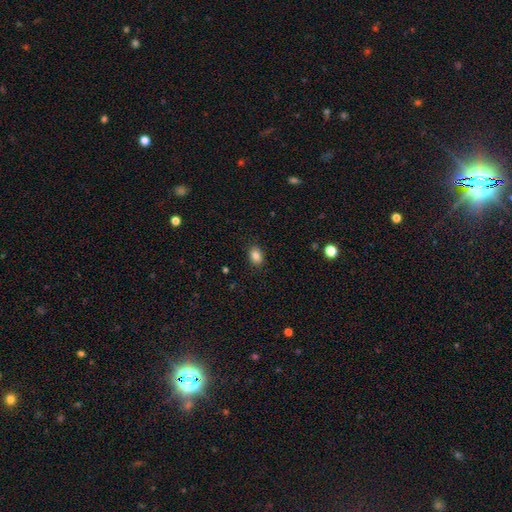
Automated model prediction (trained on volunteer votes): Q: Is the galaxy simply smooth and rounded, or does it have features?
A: smooth — 85%.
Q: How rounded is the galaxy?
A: in between — 77%.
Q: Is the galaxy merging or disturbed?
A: none — 88%.